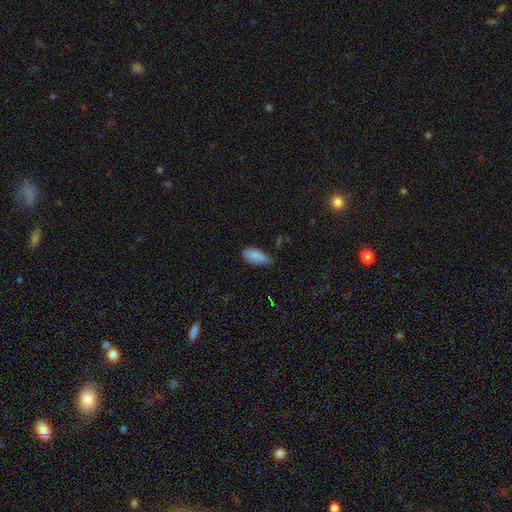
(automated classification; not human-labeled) Smooth or featured? Predicted: smooth (p=0.86). How rounded? Predicted: in between (p=0.87). Merging? Predicted: none (p=0.61).